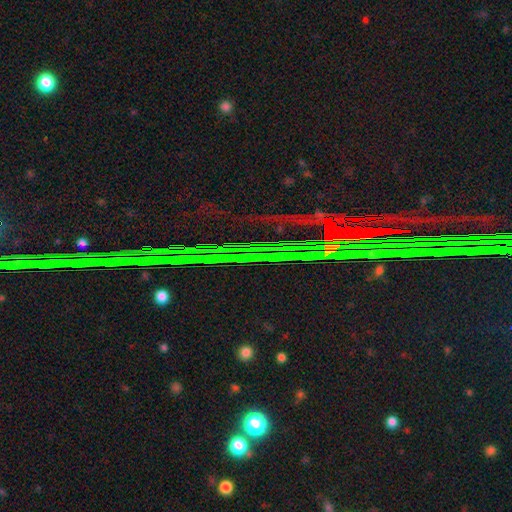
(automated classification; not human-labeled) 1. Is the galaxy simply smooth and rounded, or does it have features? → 86% star or artifact, 8% featured or disk, 7% smooth.